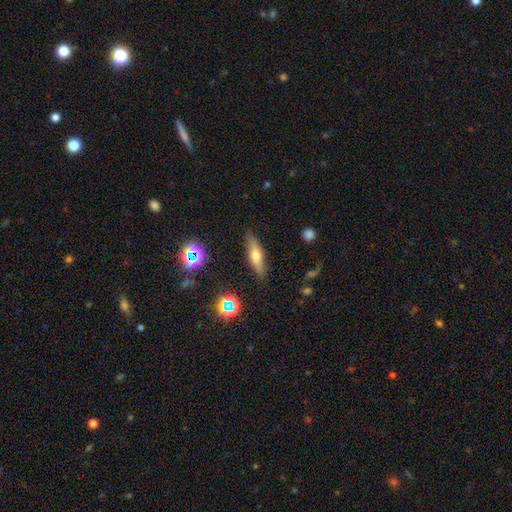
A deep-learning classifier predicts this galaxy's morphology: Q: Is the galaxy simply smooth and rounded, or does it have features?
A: smooth — 54%.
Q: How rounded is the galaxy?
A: cigar-shaped — 60%.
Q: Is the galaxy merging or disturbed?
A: none — 86%.